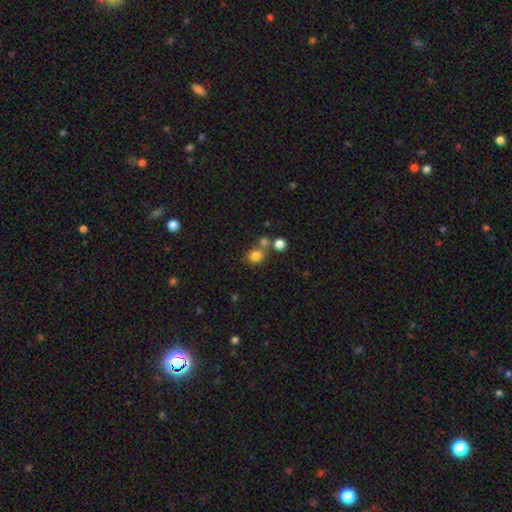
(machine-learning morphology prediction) This is likely a smooth galaxy (80%). How rounded: likely round (78%). Merging: likely none (62%).